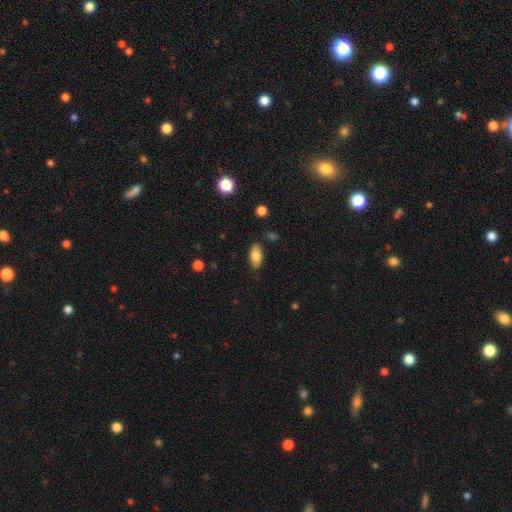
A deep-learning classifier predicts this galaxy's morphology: smooth 79%, featured or disk 14%, star or artifact 7%. Down the decision tree: how rounded — in between (90%); merging — none (85%).